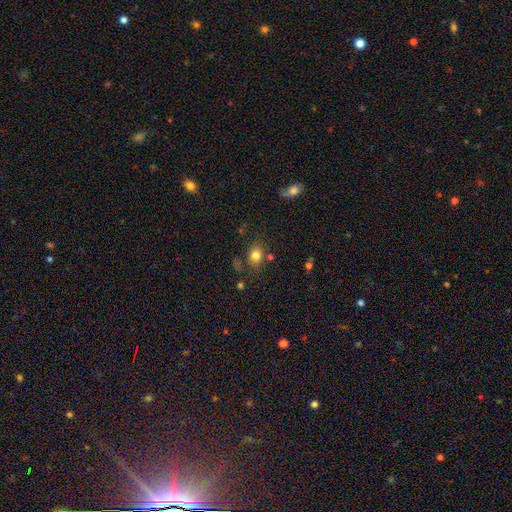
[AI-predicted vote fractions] smooth 79%, star or artifact 12%, featured or disk 9%. Down the decision tree: how rounded — round (52%); merging — none (73%).